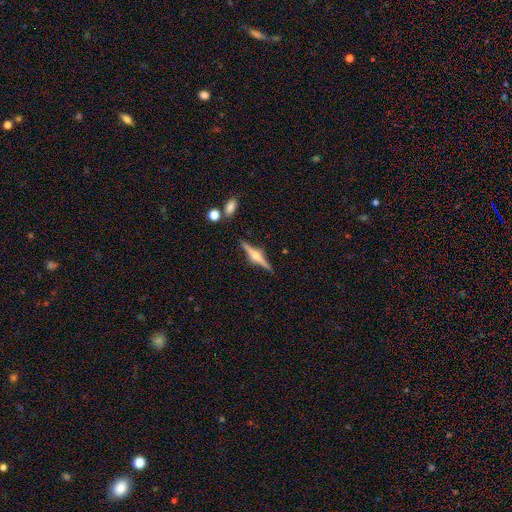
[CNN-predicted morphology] A featured or disk galaxy (79%) viewed edge-on (98%) with a rounded central bulge (89%).

Vote fractions:
- Smooth or featured? featured or disk: 79% / smooth: 14% / star or artifact: 6%
- Edge-on disk? yes: 98% / no: 2%
- Edge-on bulge? rounded: 89% / boxy: 8% / none: 3%
- Merging? none: 89% / minor disturbance: 8% / merger: 2% / major disturbance: 2%